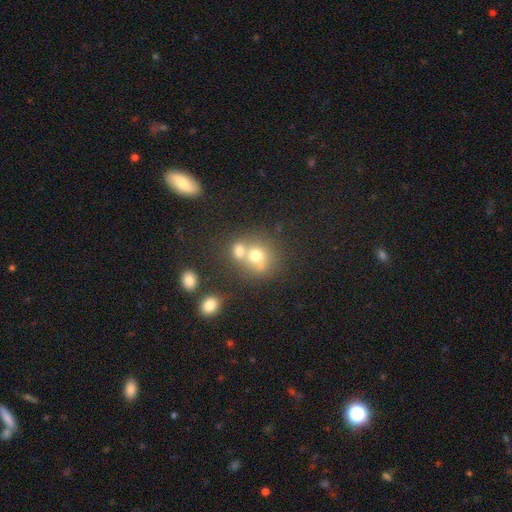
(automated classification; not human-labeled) smooth 69%, featured or disk 16%, star or artifact 14%. Down the decision tree: how rounded — round (78%); merging — merger (51%).